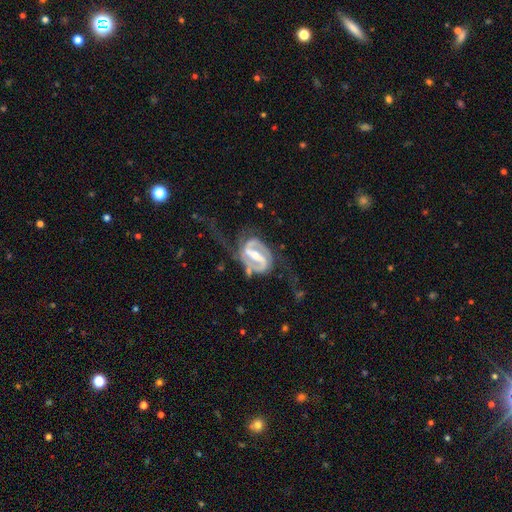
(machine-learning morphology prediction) This is clearly a featured or disk galaxy (92%). It is clearly not viewed edge-on (97%). Bar: likely strong (77%). Spiral arm pattern: clearly yes (96%). Spiral arm count: clearly 2 (92%). Spiral winding: possibly medium (47%). Central bulge: possibly moderate (52%). Merging: possibly none (47%).